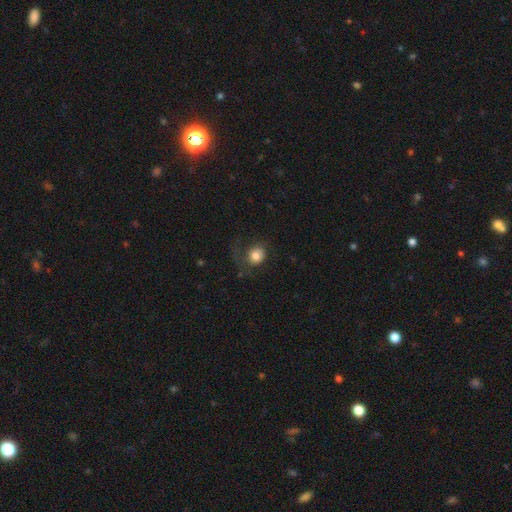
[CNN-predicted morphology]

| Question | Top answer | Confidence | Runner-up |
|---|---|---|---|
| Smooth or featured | smooth | 77% | featured or disk (14%) |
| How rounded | round | 75% | in between (24%) |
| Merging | none | 46% | major disturbance (30%) |